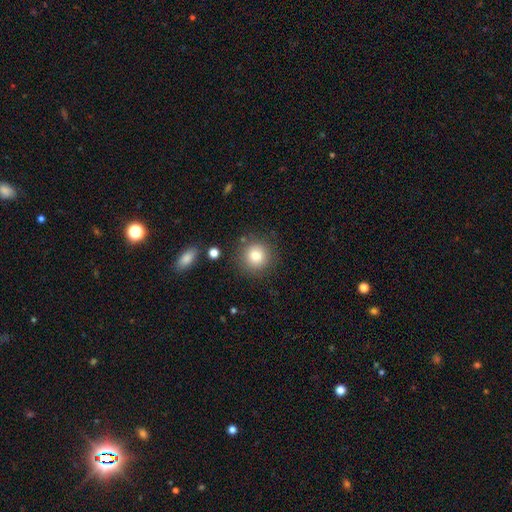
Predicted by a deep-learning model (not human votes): Smooth or featured? smooth (81%)
How rounded? round (93%)
Merging? none (85%)